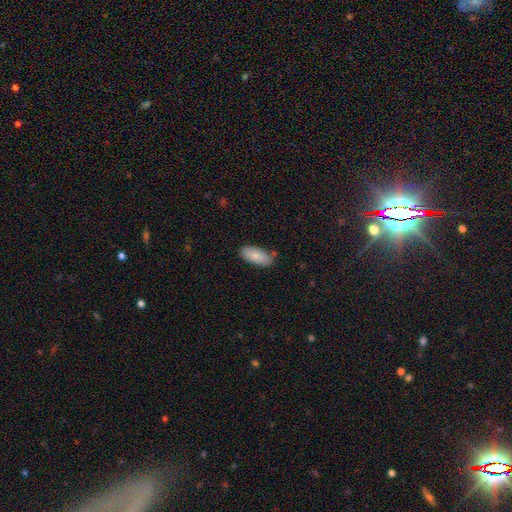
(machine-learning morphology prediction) Smooth or featured?
  - smooth: 84% *
  - featured or disk: 9%
  - star or artifact: 6%
How rounded?
  - in between: 88% *
  - cigar-shaped: 10%
  - round: 2%
Merging?
  - none: 77% *
  - minor disturbance: 16%
  - merger: 4%
  - major disturbance: 3%